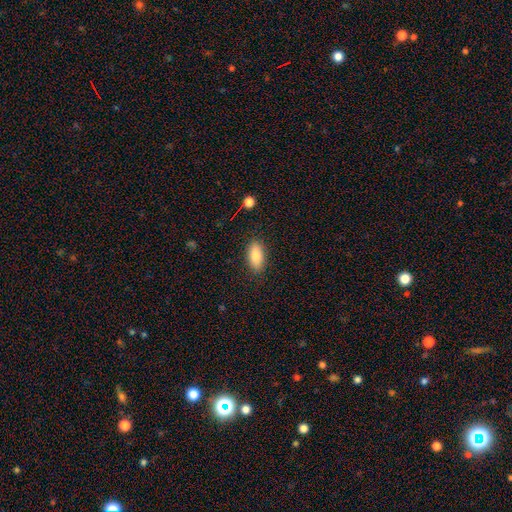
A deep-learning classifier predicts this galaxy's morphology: The model was most divided on "smooth or featured": smooth: 84%, featured or disk: 8%, star or artifact: 7%. More confident: how rounded — in between (87%); merging — none (87%).